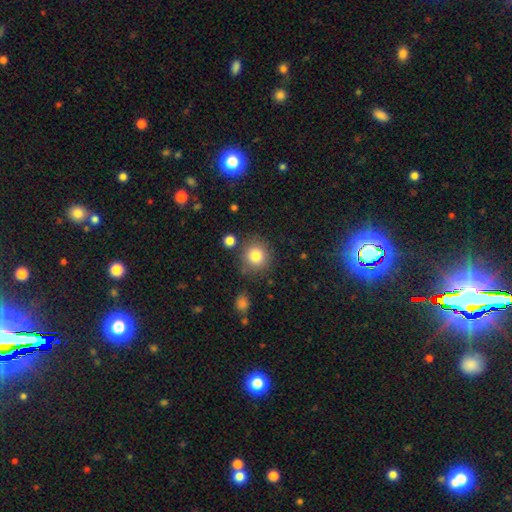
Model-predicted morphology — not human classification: Q: Smooth or featured?
A: smooth (81%); runner-up: star or artifact (11%)
Q: How rounded?
A: round (90%); runner-up: in between (9%)
Q: Merging?
A: none (80%); runner-up: minor disturbance (11%)